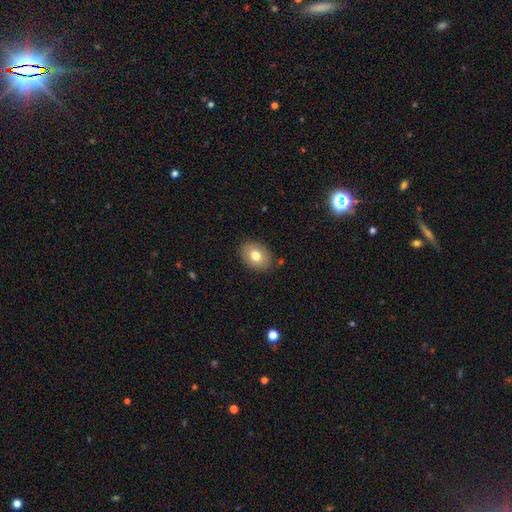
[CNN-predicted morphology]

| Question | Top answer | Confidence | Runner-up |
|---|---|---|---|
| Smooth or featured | smooth | 76% | featured or disk (15%) |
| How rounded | in between | 74% | round (26%) |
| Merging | none | 86% | minor disturbance (10%) |